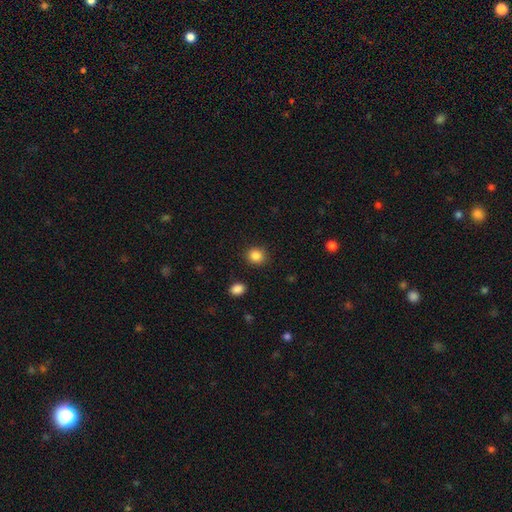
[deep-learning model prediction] Smooth or featured?
  - smooth: 86% *
  - star or artifact: 10%
  - featured or disk: 4%
How rounded?
  - round: 83% *
  - in between: 16%
  - cigar-shaped: 1%
Merging?
  - none: 89% *
  - minor disturbance: 7%
  - major disturbance: 2%
  - merger: 2%